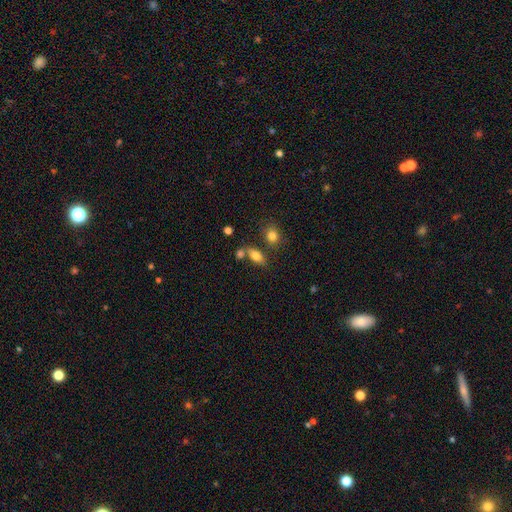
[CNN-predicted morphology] Smooth or featured? smooth (81%)
How rounded? in between (84%)
Merging? none (59%)